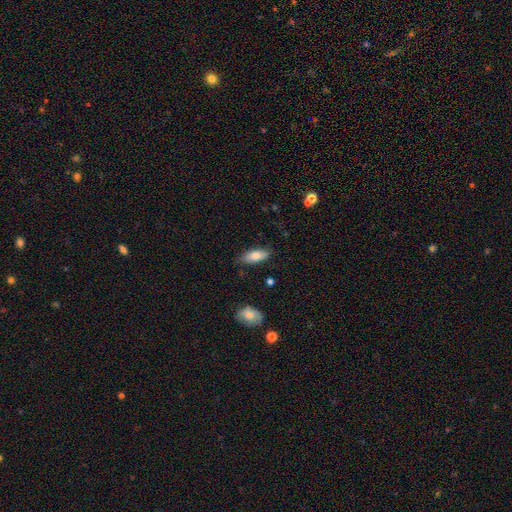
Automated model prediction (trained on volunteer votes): A smooth galaxy with no disk features (80%) that is in between round and cigar-shaped (82%). Merging: none (75%).